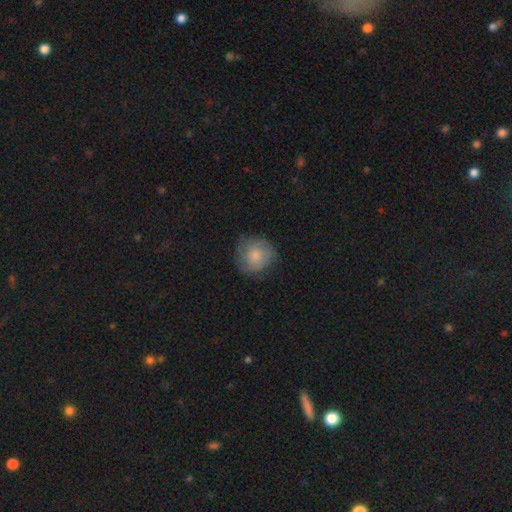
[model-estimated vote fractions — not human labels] Morphology: type=smooth (73%); roundness=round (89%); merging=none (68%).